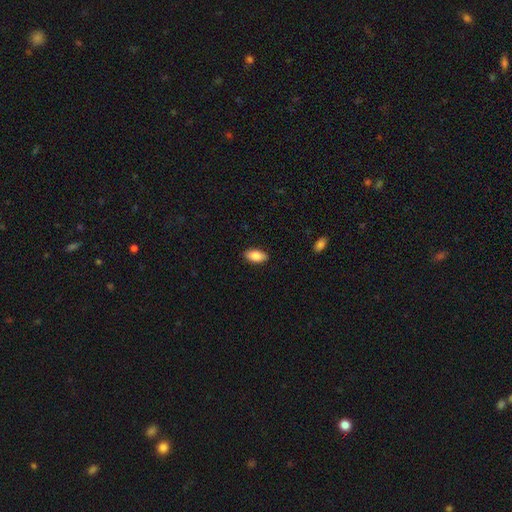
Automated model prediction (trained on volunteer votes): smooth_or_featured: smooth (p=0.86) [alt: featured or disk p=0.07]
how_rounded: in between (p=0.93) [alt: cigar-shaped p=0.04]
merging: none (p=0.89) [alt: minor disturbance p=0.08]